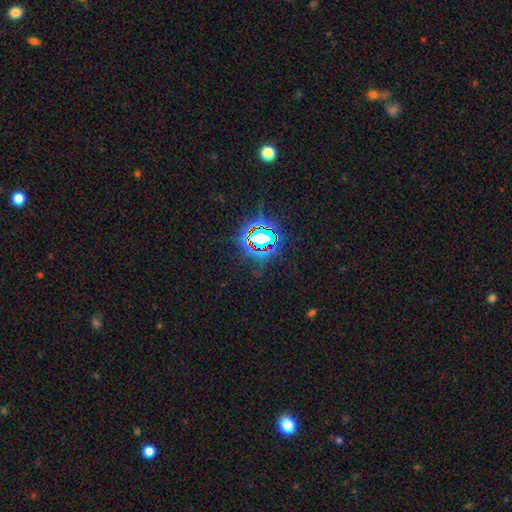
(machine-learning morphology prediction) Smooth or featured? Predicted: star or artifact (p=0.81).